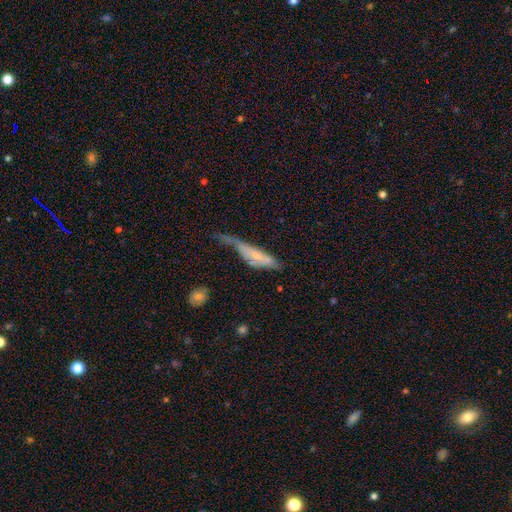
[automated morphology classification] Q: Smooth or featured?
A: smooth (51%); runner-up: featured or disk (41%)
Q: How rounded?
A: cigar-shaped (66%); runner-up: in between (31%)
Q: Merging?
A: major disturbance (40%); runner-up: minor disturbance (29%)